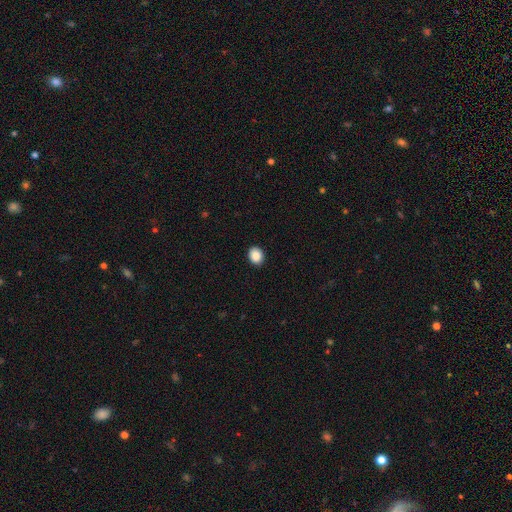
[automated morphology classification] Q: Smooth or featured?
A: smooth (88%); runner-up: star or artifact (8%)
Q: How rounded?
A: round (58%); runner-up: in between (42%)
Q: Merging?
A: none (92%); runner-up: minor disturbance (6%)